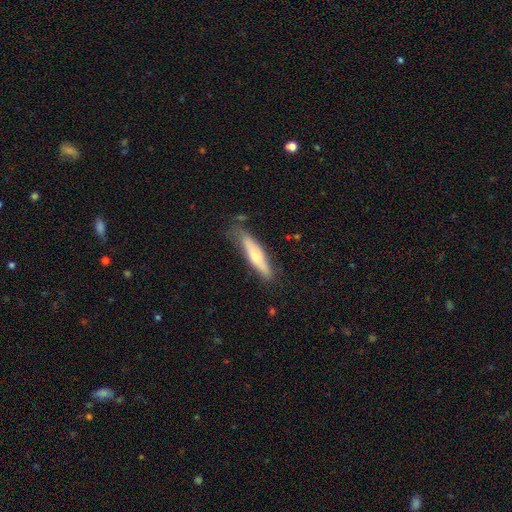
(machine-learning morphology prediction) Q: Smooth or featured?
A: smooth (58%); runner-up: featured or disk (37%)
Q: How rounded?
A: cigar-shaped (78%); runner-up: in between (20%)
Q: Merging?
A: none (69%); runner-up: minor disturbance (23%)